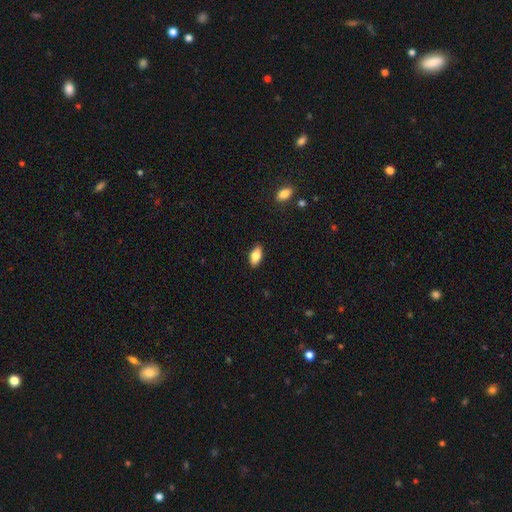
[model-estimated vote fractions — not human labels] Q: Smooth or featured?
A: smooth (80%); runner-up: featured or disk (12%)
Q: How rounded?
A: in between (90%); runner-up: cigar-shaped (6%)
Q: Merging?
A: none (88%); runner-up: minor disturbance (9%)